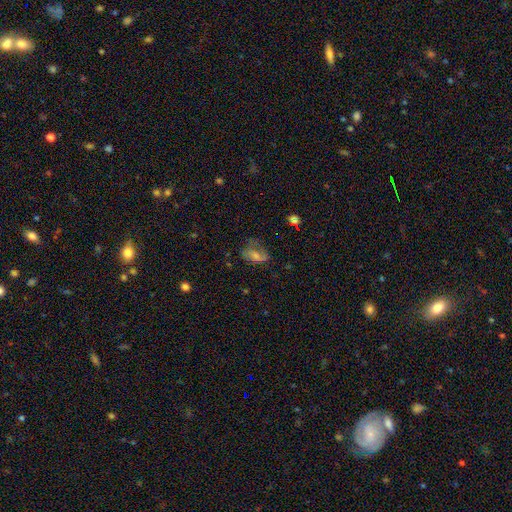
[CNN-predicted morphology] smooth-or-featured: featured or disk: 44% | smooth: 37% | star or artifact: 19%
  merging: none: 54% | minor disturbance: 24% | major disturbance: 20% | merger: 2%